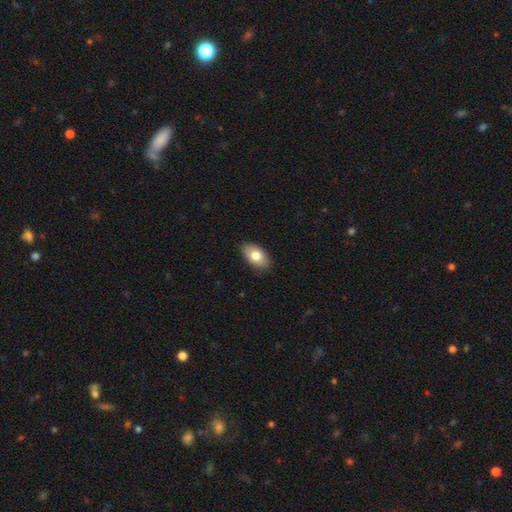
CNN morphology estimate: smooth-or-featured: smooth: 78% | featured or disk: 15% | star or artifact: 7%
  how-rounded: in between: 93% | round: 5% | cigar-shaped: 2%
  merging: none: 88% | minor disturbance: 10% | major disturbance: 2% | merger: 1%